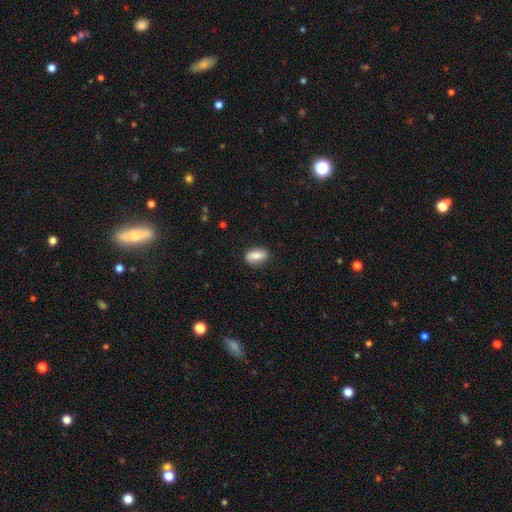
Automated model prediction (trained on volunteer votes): smooth_or_featured: smooth (p=0.80) [alt: featured or disk p=0.13]
how_rounded: in between (p=0.83) [alt: cigar-shaped p=0.12]
merging: none (p=0.83) [alt: minor disturbance p=0.13]